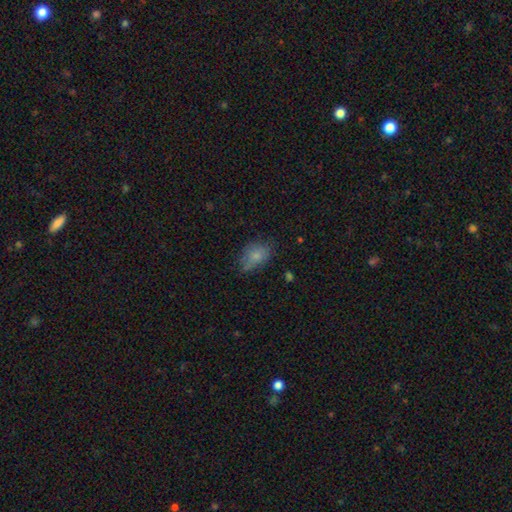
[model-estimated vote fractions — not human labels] Overall: smooth (78%). How rounded: in between (80%). Merging: none (57%; minor disturbance 31%).